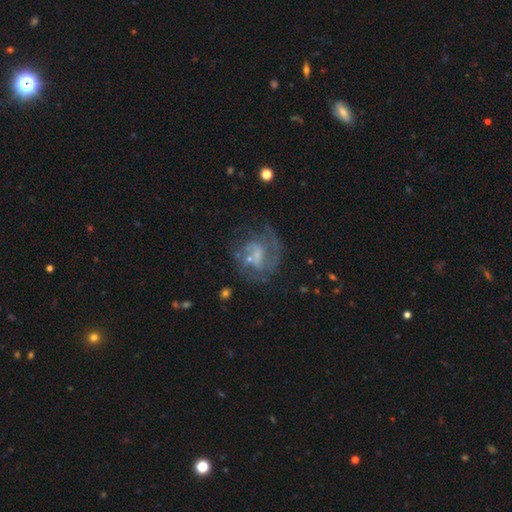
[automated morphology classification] type=featured or disk (73%); edge-on=no (97%); bar=weak (48%); spiral arms=yes (78%); winding=medium (45%); arm count=2 (46%); bulge=small (43%); merging=none (51%).